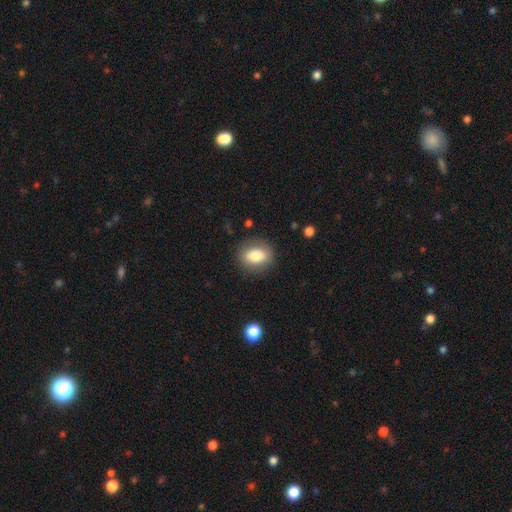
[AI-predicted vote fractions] smooth-or-featured: smooth: 77% | featured or disk: 15% | star or artifact: 8%
  how-rounded: in between: 60% | round: 38% | cigar-shaped: 2%
  merging: none: 83% | minor disturbance: 11% | major disturbance: 4% | merger: 1%